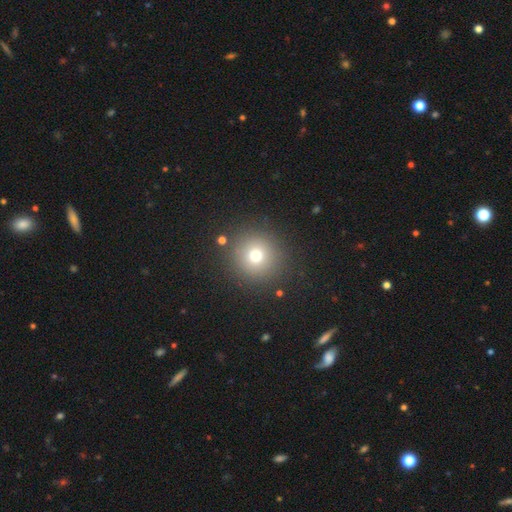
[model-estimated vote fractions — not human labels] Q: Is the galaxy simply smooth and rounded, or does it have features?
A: smooth — 71%.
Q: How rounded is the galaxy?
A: round — 94%.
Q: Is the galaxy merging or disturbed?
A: none — 88%.